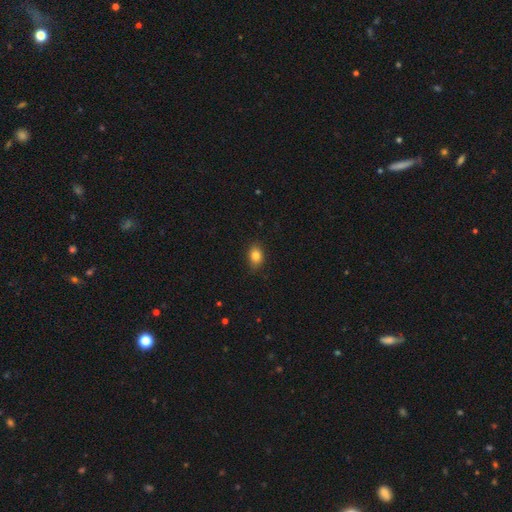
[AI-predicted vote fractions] This appears to be a smooth galaxy with no disk features (83%) that is in between round and cigar-shaped (71%). Merging: none (82%).